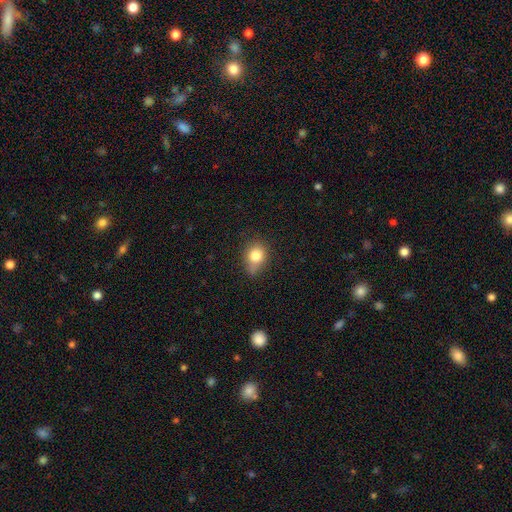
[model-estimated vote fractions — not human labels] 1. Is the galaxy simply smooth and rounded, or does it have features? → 80% smooth, 10% star or artifact, 10% featured or disk.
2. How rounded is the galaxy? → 56% round, 43% in between, 1% cigar-shaped.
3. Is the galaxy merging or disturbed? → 53% none, 33% minor disturbance, 8% major disturbance, 6% merger.